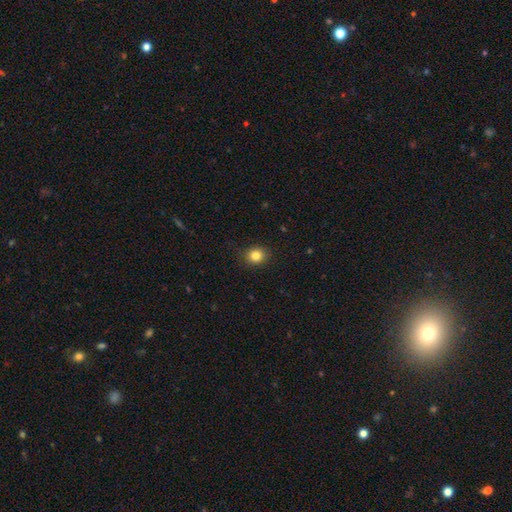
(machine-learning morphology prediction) Q: Smooth or featured?
A: smooth (84%); runner-up: star or artifact (11%)
Q: How rounded?
A: round (75%); runner-up: in between (24%)
Q: Merging?
A: none (87%); runner-up: minor disturbance (10%)